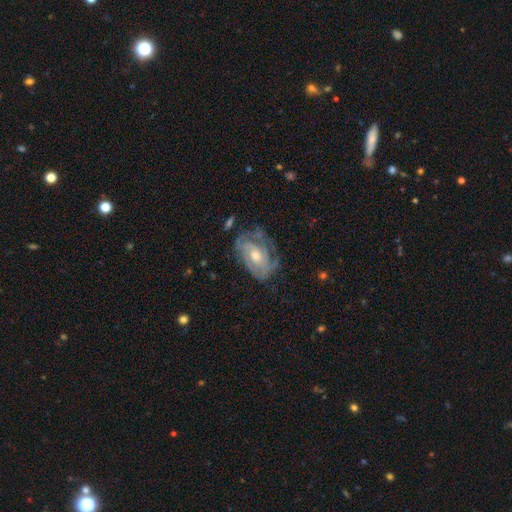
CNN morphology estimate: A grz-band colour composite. It shows a featured or disk galaxy (83%) with no bar (64%), tight (63%) spiral arms (91%) and a moderate central bulge (64%). Merging: none (63%).